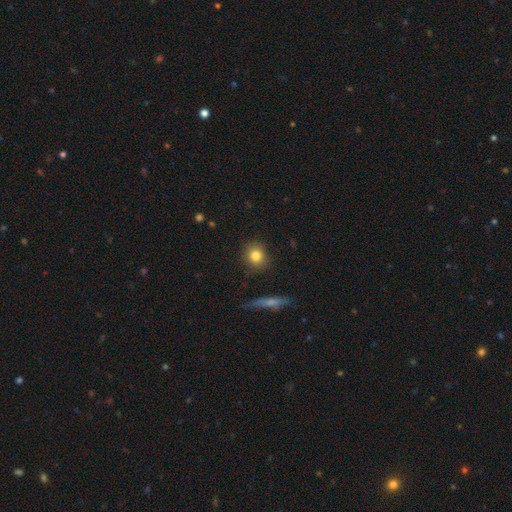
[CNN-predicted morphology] Smooth or featured: smooth — 82% (star or artifact — 10%)
How rounded: round — 83% (in between — 14%)
Merging: none — 85% (minor disturbance — 10%)